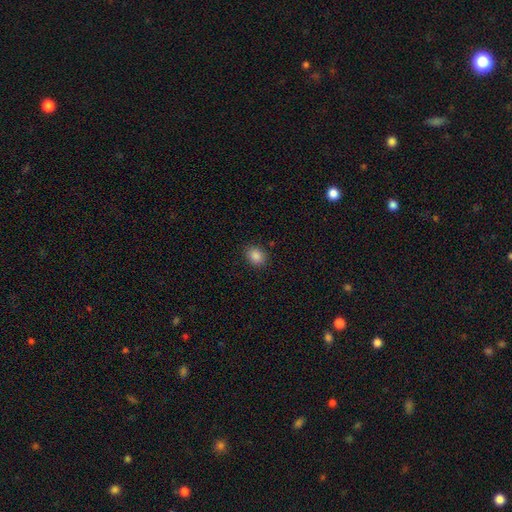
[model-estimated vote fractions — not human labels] Smooth or featured: smooth — 86% (star or artifact — 10%)
How rounded: in between — 50% (round — 49%)
Merging: none — 87% (minor disturbance — 9%)